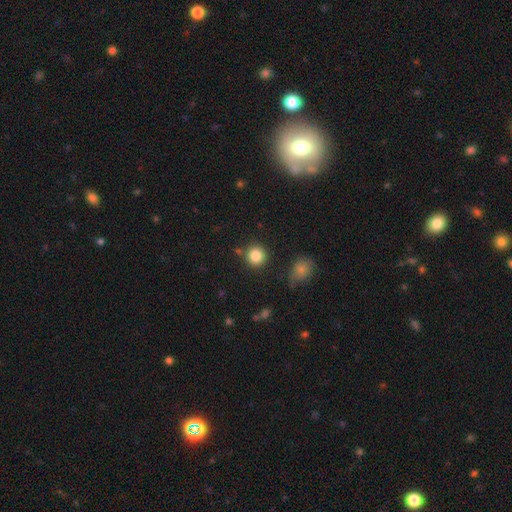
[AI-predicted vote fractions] smooth 85%, star or artifact 10%, featured or disk 5%. Down the decision tree: how rounded — round (92%); merging — none (83%).